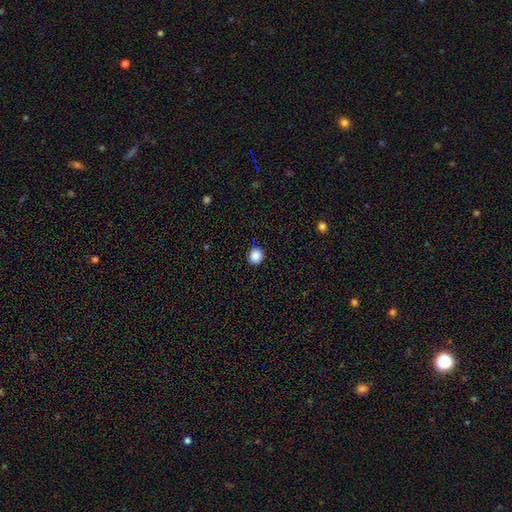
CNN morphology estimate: The model was most divided on "how rounded": round: 87%, in between: 12%, cigar-shaped: 1%. More confident: merging — none (87%); smooth or featured — smooth (87%).